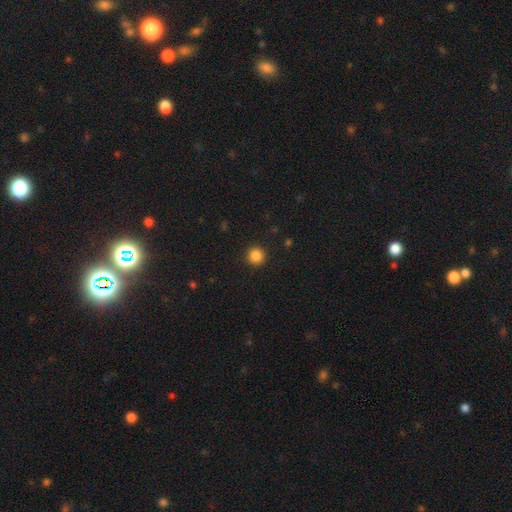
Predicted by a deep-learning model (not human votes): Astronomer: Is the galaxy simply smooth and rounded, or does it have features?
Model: smooth — 86%.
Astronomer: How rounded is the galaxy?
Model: round — 95%.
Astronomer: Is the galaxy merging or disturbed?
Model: none — 92%.